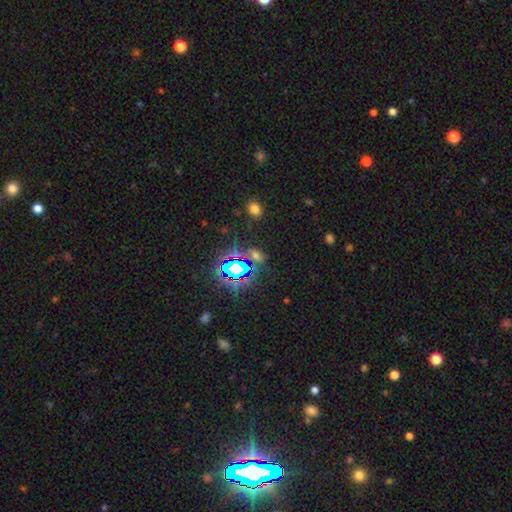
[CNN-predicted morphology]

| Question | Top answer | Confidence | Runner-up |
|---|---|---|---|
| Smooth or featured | star or artifact | 62% | smooth (29%) |